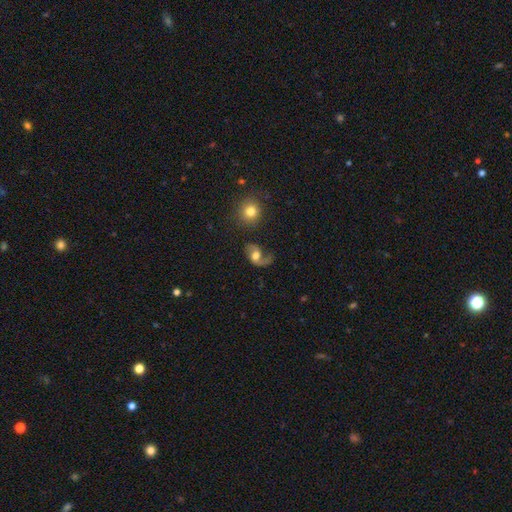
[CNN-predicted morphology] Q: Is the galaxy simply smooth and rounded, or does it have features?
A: featured or disk — 66%.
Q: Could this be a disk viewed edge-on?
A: no — 97%.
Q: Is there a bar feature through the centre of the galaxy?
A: no — 60%.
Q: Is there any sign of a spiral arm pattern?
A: yes — 88%.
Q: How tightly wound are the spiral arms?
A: loose — 65%.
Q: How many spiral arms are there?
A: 2 — 56%.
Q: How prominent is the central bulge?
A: moderate — 59%.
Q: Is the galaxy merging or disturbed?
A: none — 40%.